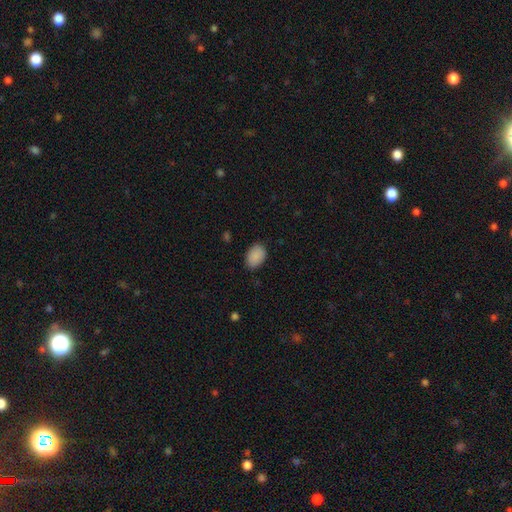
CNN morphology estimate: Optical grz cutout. It shows a smooth galaxy with no disk features (89%) that is in between round and cigar-shaped (83%). Merging: none (83%).